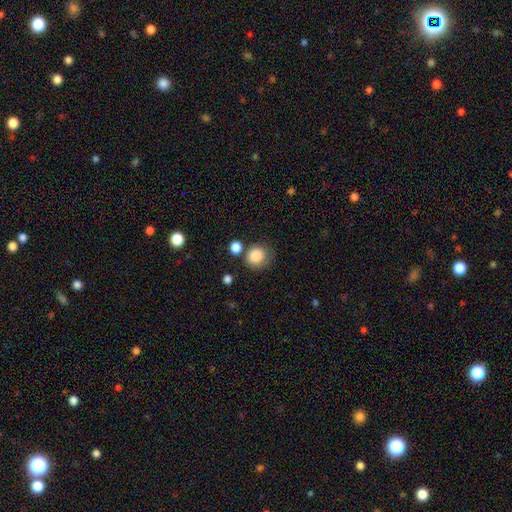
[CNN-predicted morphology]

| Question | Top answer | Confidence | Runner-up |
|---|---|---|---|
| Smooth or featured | smooth | 85% | star or artifact (9%) |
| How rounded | round | 85% | in between (14%) |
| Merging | none | 71% | minor disturbance (14%) |